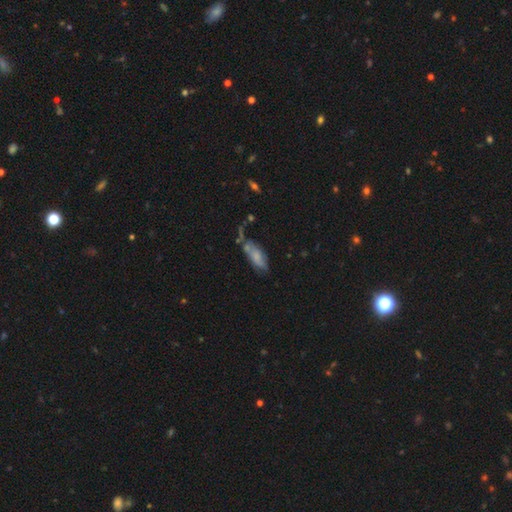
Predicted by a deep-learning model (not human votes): Smooth or featured? smooth (62%)
How rounded? in between (73%)
Merging? none (39%)